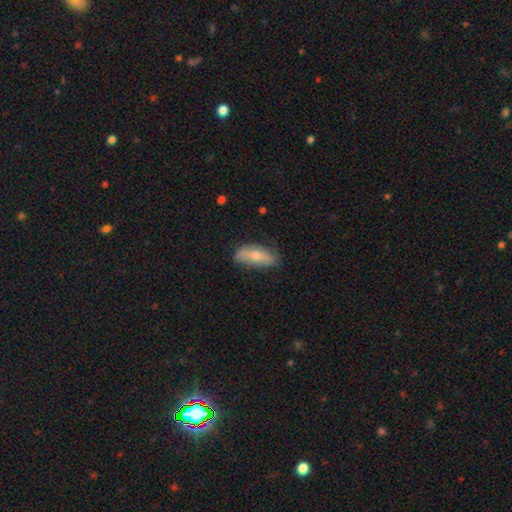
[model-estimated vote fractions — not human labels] Overall: smooth (56%; featured or disk 37%). How rounded: in between (70%). Merging: none (70%).